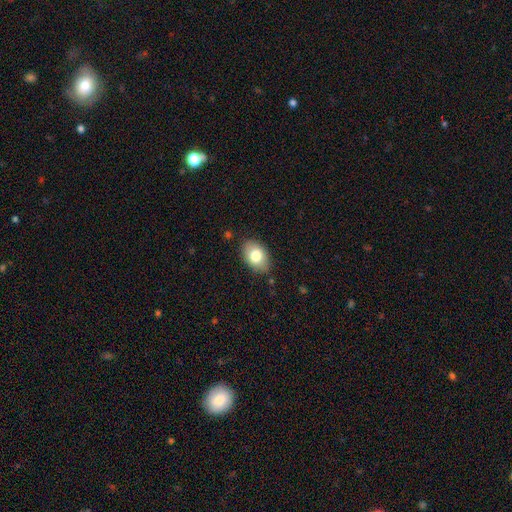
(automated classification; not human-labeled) Morphology: type=smooth (78%); roundness=in between (83%); merging=none (83%).